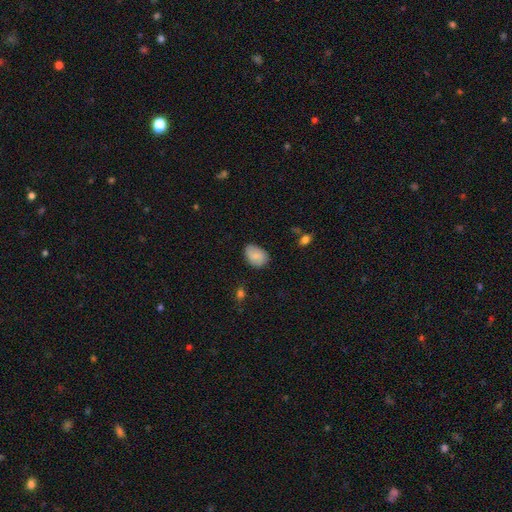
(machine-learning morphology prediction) This appears to be a smooth galaxy with no disk features (79%) that is in between round and cigar-shaped (78%). Merging: none (75%).